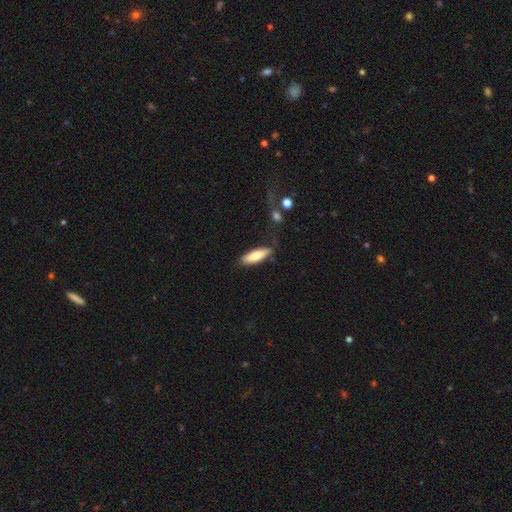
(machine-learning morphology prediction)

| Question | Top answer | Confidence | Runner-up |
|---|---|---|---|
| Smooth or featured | smooth | 75% | featured or disk (19%) |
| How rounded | in between | 51% | cigar-shaped (47%) |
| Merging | none | 73% | minor disturbance (18%) |